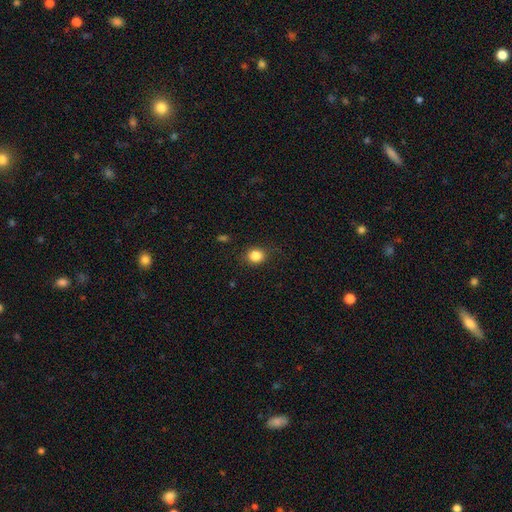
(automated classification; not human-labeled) Overall: smooth (85%). How rounded: round (74%). Merging: none (83%).